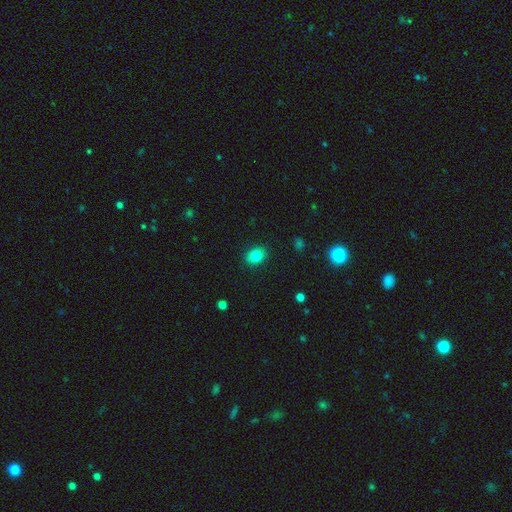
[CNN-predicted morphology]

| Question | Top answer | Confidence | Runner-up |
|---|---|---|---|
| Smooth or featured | smooth | 81% | star or artifact (10%) |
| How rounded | in between | 64% | round (35%) |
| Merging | none | 89% | minor disturbance (8%) |